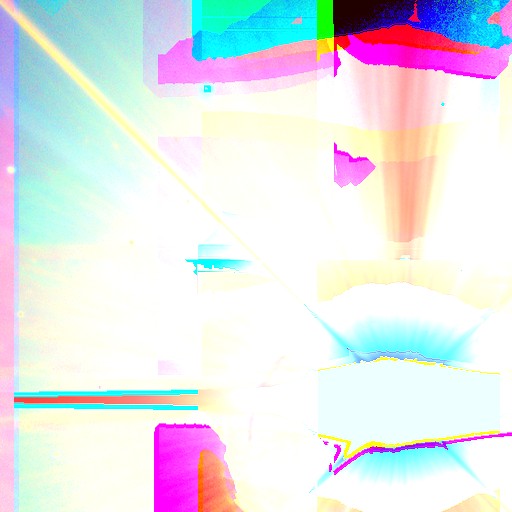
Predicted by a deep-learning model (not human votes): This is likely a star or artifact rather than a galaxy (63%).